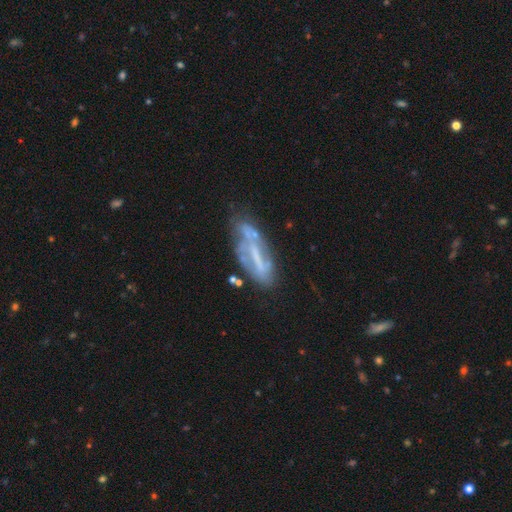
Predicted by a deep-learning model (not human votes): Smooth or featured? Predicted: featured or disk (p=0.67). Edge-on disk? Predicted: no (p=0.80). Bar? Predicted: strong (p=0.38). Spiral arms? Predicted: no (p=0.53). Bulge size? Predicted: none (p=0.52). Merging? Predicted: none (p=0.46).